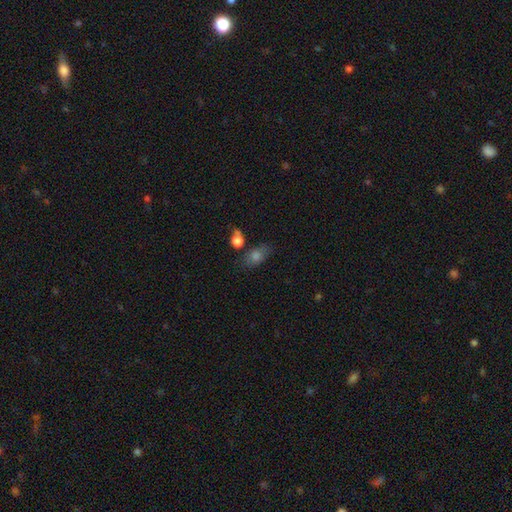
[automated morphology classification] This is likely a smooth galaxy (65%). How rounded: likely in between (74%). Merging: likely none (69%).